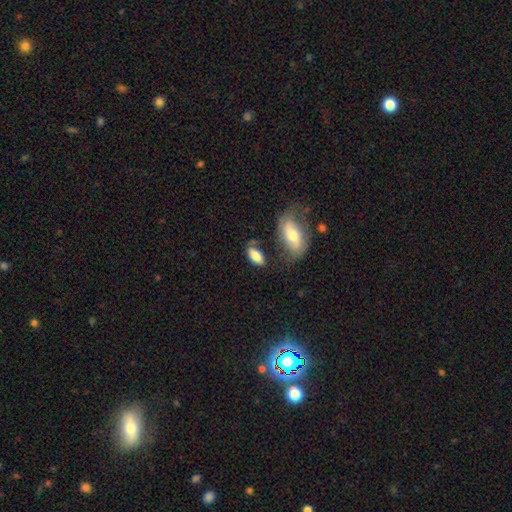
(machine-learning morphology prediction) Overall: smooth (81%). How rounded: in between (90%). Merging: none (59%; minor disturbance 22%).